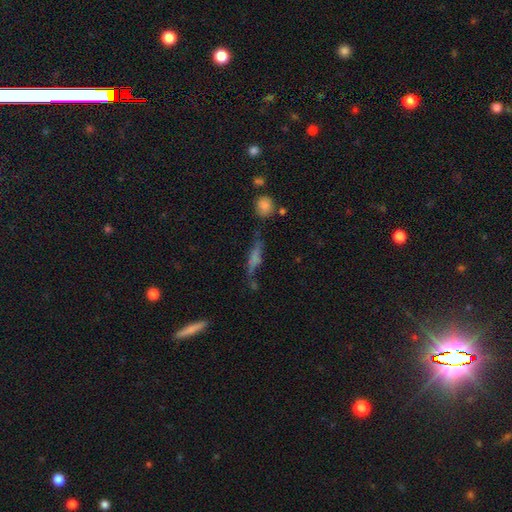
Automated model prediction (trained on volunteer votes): Morphology: type=featured or disk (46%); merging=none (62%).